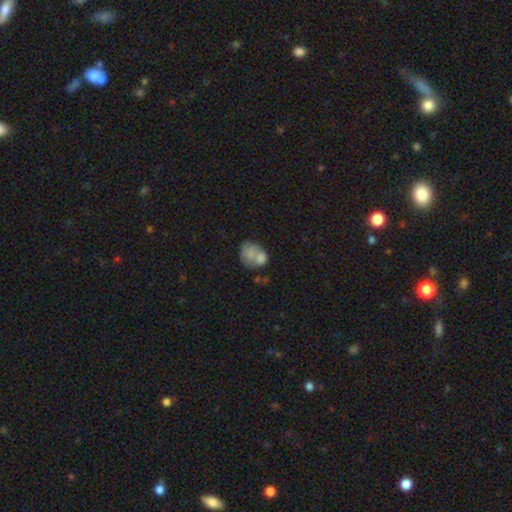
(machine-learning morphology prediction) Overall: smooth (65%). How rounded: in between (51%; round 48%). Merging: merger (36%; none 32%).